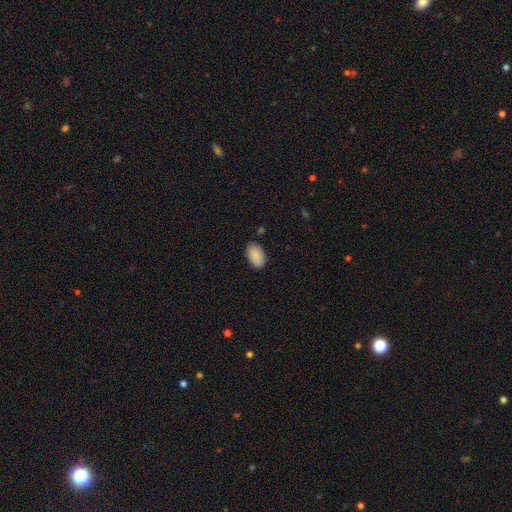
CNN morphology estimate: Smooth or featured: smooth — 90% (star or artifact — 6%)
How rounded: in between — 94% (round — 4%)
Merging: none — 85% (minor disturbance — 11%)